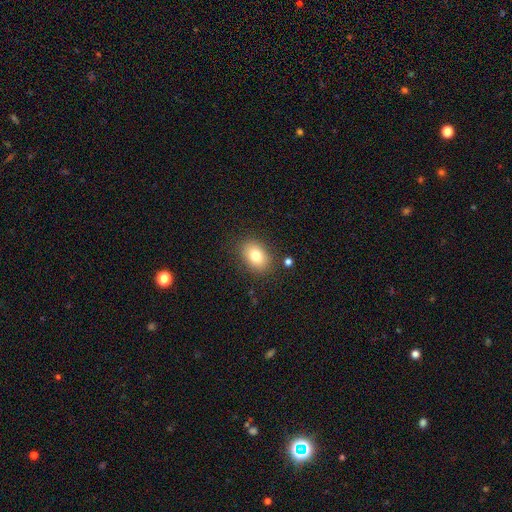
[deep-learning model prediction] A smooth galaxy with no disk features (80%) that is in between round and cigar-shaped (74%). Merging: none (84%).